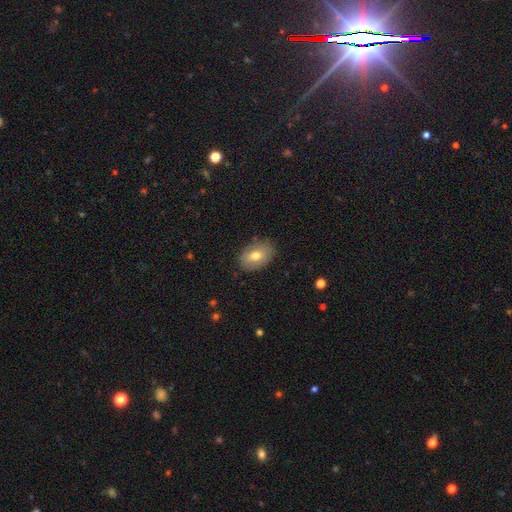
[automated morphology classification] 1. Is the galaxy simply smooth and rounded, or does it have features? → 68% smooth, 25% featured or disk, 8% star or artifact.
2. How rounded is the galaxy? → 84% in between, 14% round, 1% cigar-shaped.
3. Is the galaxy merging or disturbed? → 83% none, 13% minor disturbance, 3% major disturbance, 1% merger.